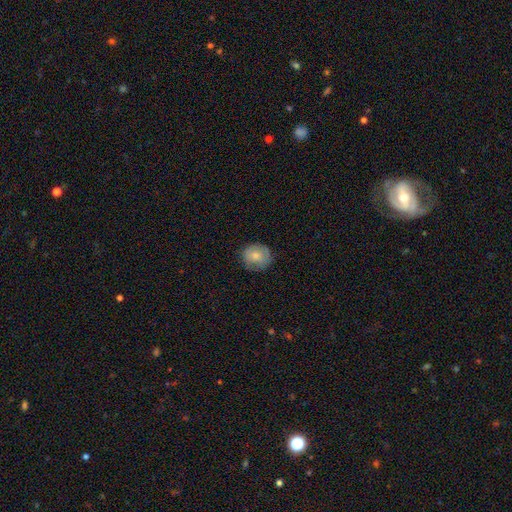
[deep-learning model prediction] Smooth or featured?
  - smooth: 75% *
  - featured or disk: 18%
  - star or artifact: 7%
How rounded?
  - round: 77% *
  - in between: 22%
  - cigar-shaped: 1%
Merging?
  - none: 76% *
  - minor disturbance: 19%
  - major disturbance: 4%
  - merger: 1%